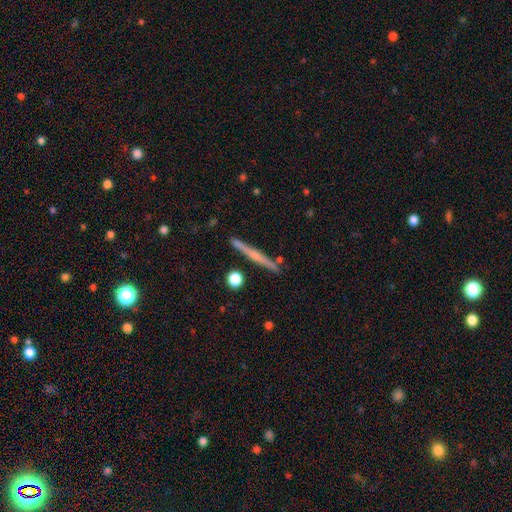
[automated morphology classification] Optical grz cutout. It shows a featured or disk galaxy (61%) viewed edge-on (98%) with a rounded central bulge (53%). Merging: none (88%).